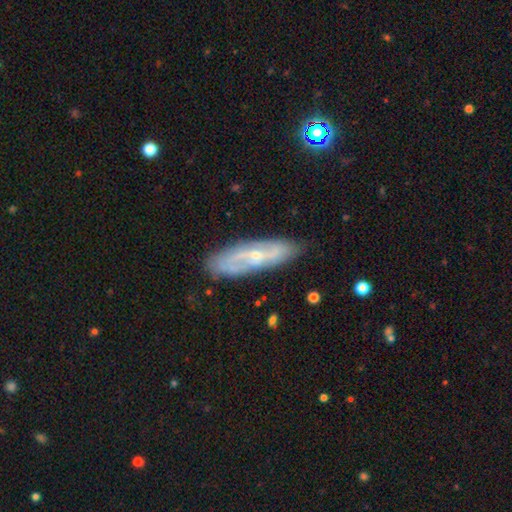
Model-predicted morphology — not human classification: This is likely a featured or disk galaxy (75%). It is likely not viewed edge-on (79%). Bar: marginally no (40%). Spiral arm pattern: clearly yes (82%). Central bulge: likely small (72%). Merging: clearly none (81%).